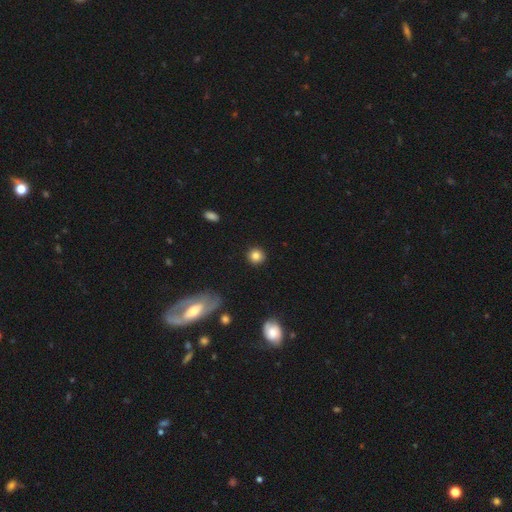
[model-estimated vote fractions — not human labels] Q: Smooth or featured?
A: smooth (84%); runner-up: star or artifact (10%)
Q: How rounded?
A: round (92%); runner-up: in between (7%)
Q: Merging?
A: none (90%); runner-up: minor disturbance (6%)